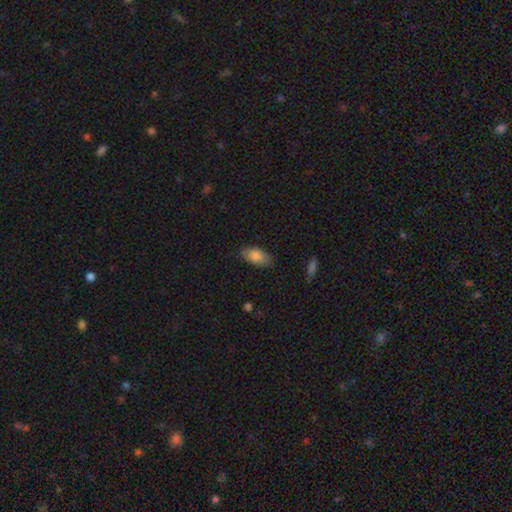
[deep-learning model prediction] Overall: smooth (83%). How rounded: in between (91%). Merging: none (78%).